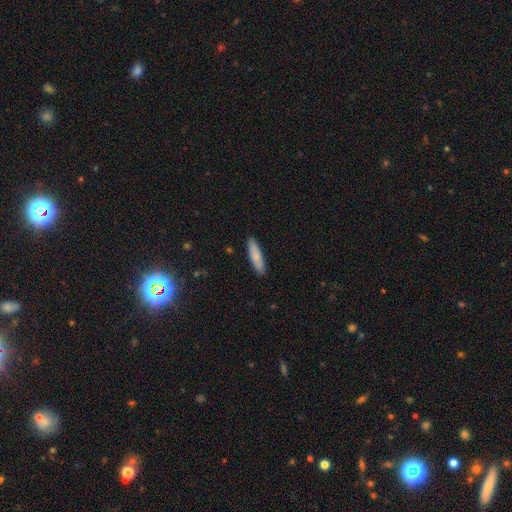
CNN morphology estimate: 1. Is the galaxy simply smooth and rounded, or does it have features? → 81% smooth, 13% featured or disk, 6% star or artifact.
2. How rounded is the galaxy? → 77% cigar-shaped, 21% in between, 1% round.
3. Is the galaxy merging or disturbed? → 90% none, 7% minor disturbance, 1% major disturbance, 1% merger.